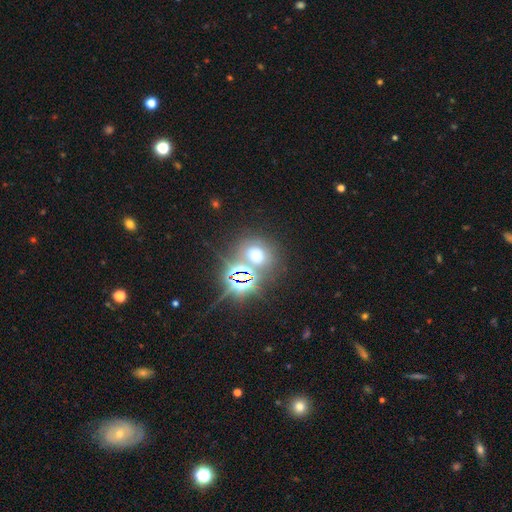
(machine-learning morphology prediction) Overall: star or artifact (48%; smooth 39%).